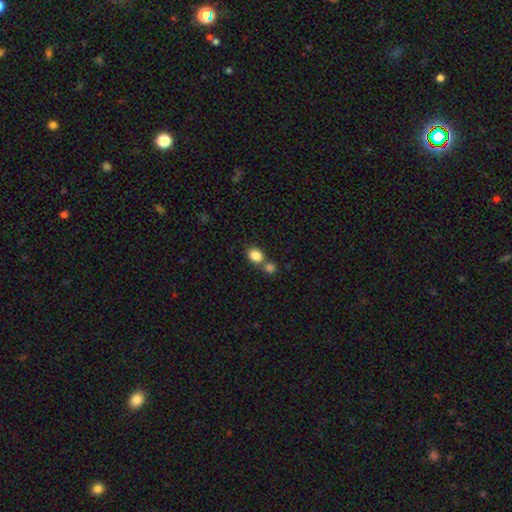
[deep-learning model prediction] Smooth or featured? smooth (85%)
How rounded? round (57%)
Merging? none (49%)